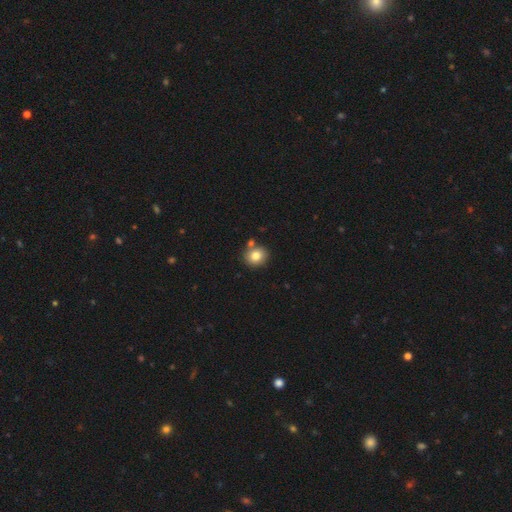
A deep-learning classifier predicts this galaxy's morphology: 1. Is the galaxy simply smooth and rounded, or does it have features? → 81% smooth, 10% star or artifact, 9% featured or disk.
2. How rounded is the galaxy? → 76% round, 23% in between, 1% cigar-shaped.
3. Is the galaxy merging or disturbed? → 73% none, 14% merger, 10% minor disturbance, 3% major disturbance.